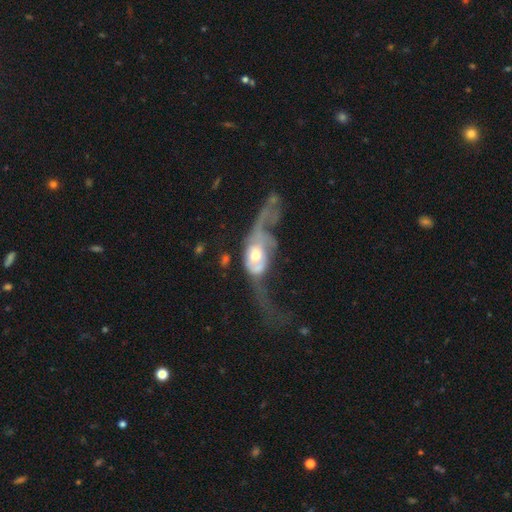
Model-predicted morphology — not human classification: A featured or disk galaxy (60%) with no bar (77%), no spiral arms (53%) and a moderate central bulge (66%).

Vote fractions:
- Smooth or featured? featured or disk: 60% / smooth: 34% / star or artifact: 6%
- Edge-on disk? no: 91% / yes: 9%
- Bar? no: 77% / weak: 17% / strong: 6%
- Spiral arms? no: 53% / yes: 47%
- Bulge size? moderate: 66% / large: 16% / small: 14% / dominant: 2% / none: 2%
- Merging? major disturbance: 61% / merger: 21% / none: 10% / minor disturbance: 9%